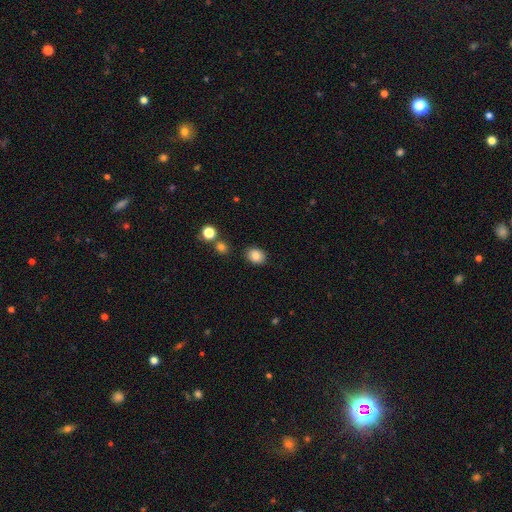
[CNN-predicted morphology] type=smooth (84%); roundness=in between (57%); merging=none (84%).